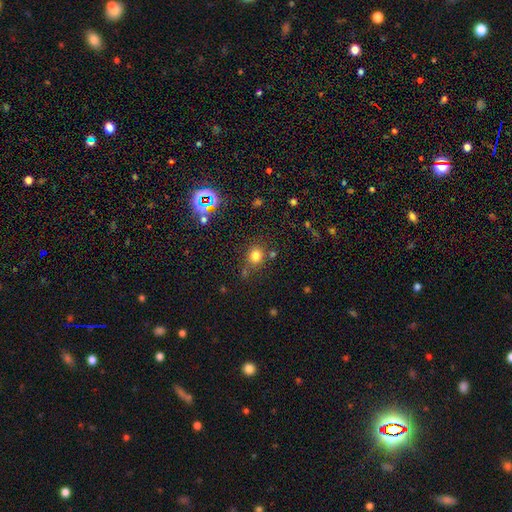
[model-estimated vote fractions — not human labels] smooth 76%, star or artifact 17%, featured or disk 7%. Down the decision tree: how rounded — round (77%); merging — none (74%).